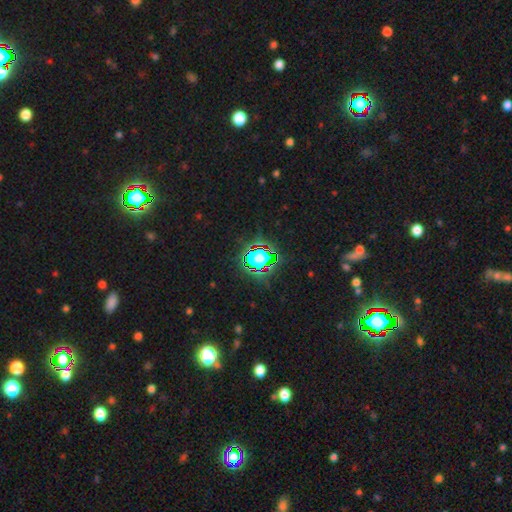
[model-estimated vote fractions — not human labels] smooth_or_featured: star or artifact (p=0.79) [alt: smooth p=0.13]